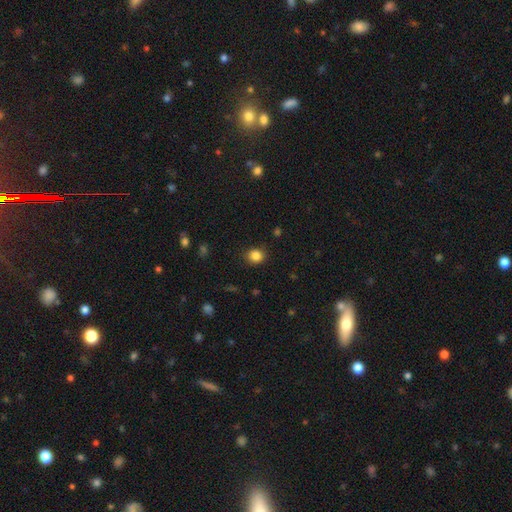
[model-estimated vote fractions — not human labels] Q: Smooth or featured?
A: smooth (84%); runner-up: star or artifact (11%)
Q: How rounded?
A: round (75%); runner-up: in between (24%)
Q: Merging?
A: none (86%); runner-up: minor disturbance (10%)